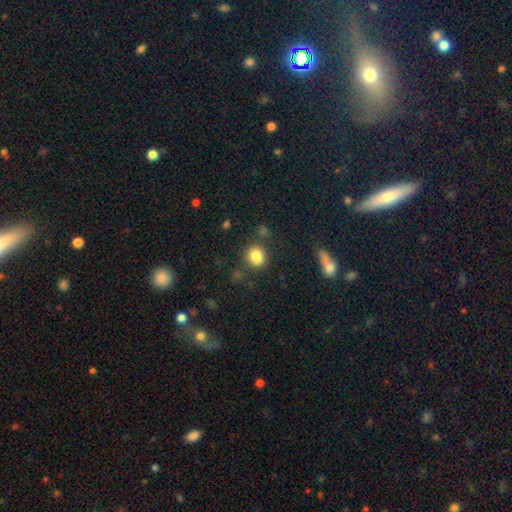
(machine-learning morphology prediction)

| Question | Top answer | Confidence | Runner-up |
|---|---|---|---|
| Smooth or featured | smooth | 80% | star or artifact (11%) |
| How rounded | round | 73% | in between (25%) |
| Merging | none | 65% | minor disturbance (16%) |